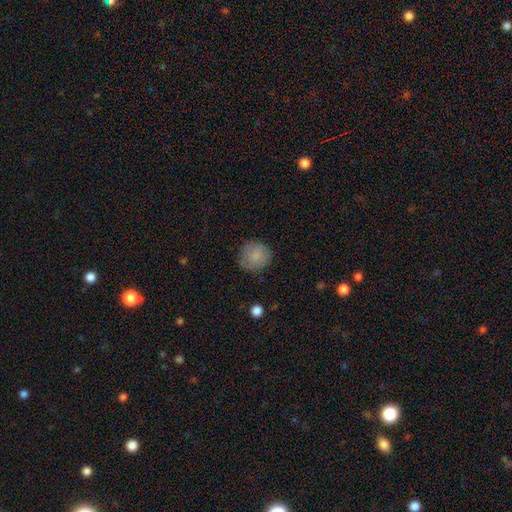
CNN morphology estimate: The model was most divided on "merging": none: 80%, minor disturbance: 15%, major disturbance: 4%, merger: 1%. More confident: how rounded — round (91%); smooth or featured — smooth (84%).